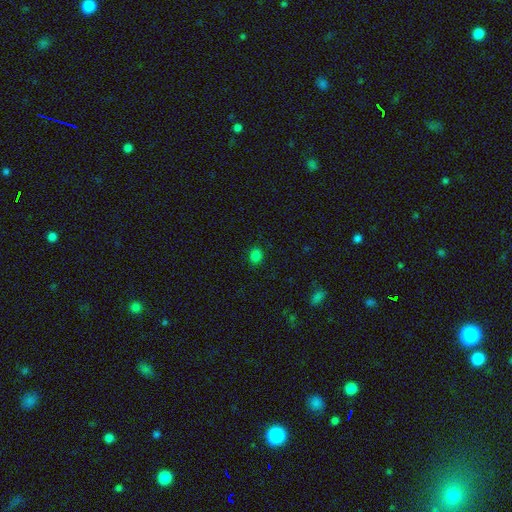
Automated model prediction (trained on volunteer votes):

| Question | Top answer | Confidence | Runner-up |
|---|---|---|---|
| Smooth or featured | smooth | 82% | star or artifact (15%) |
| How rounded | round | 58% | in between (41%) |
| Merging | none | 88% | minor disturbance (8%) |